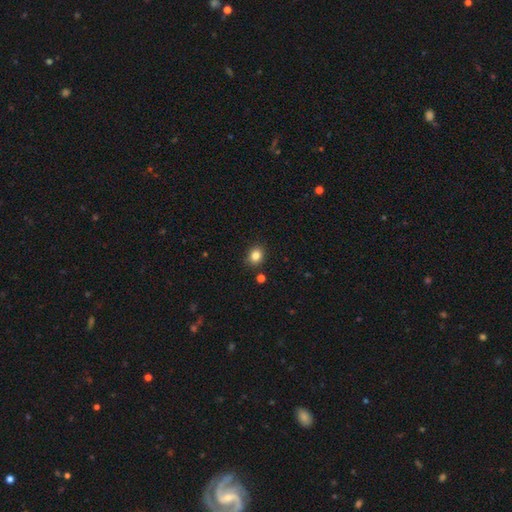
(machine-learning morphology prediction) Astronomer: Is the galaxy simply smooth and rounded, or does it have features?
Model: smooth — 83%.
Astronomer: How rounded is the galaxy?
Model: round — 58% (runner-up: in between, 41%).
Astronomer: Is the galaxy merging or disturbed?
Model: none — 85%.